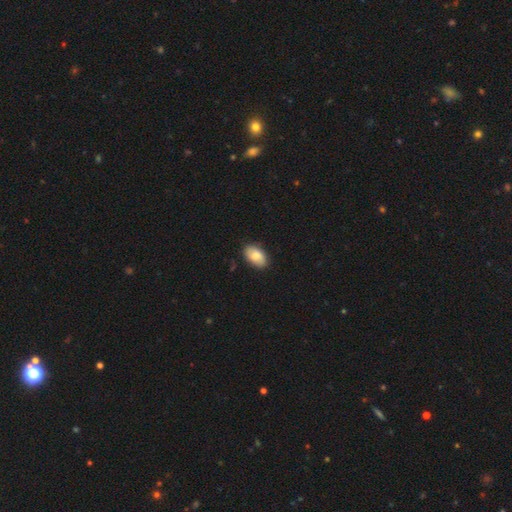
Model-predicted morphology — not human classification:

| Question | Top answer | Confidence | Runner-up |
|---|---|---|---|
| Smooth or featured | smooth | 80% | featured or disk (14%) |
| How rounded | in between | 93% | round (5%) |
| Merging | none | 87% | minor disturbance (10%) |